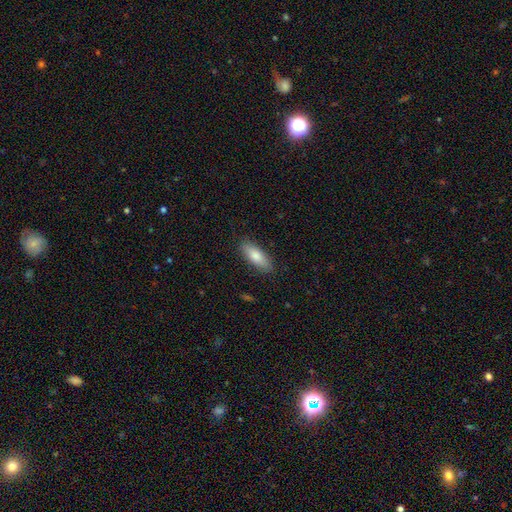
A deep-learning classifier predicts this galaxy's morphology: Overall: smooth (82%). How rounded: in between (71%). Merging: none (86%).